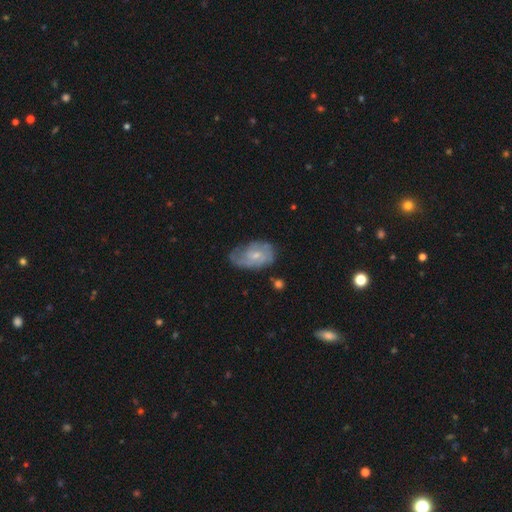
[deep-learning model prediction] Morphology: type=featured or disk (65%); edge-on=no (96%); bar=no (64%); spiral arms=yes (81%); winding=tight (43%); arm count=can't tell (40%); bulge=small (61%); merging=none (53%).